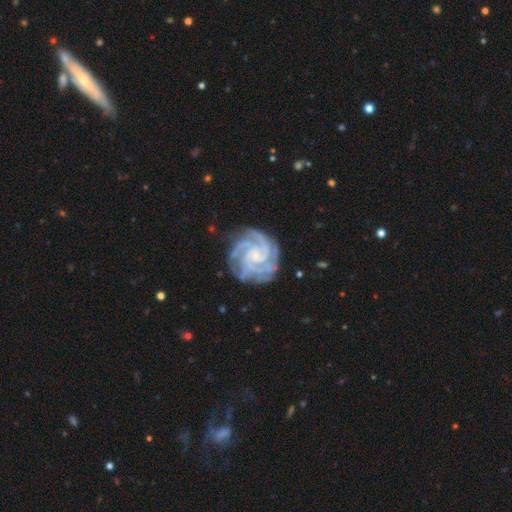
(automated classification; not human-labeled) featured or disk 92%, star or artifact 4%, smooth 4%. Down the decision tree: edge-on disk — no (98%); bar — no (59%); spiral arms — yes (99%); spiral arm count — 4 (34%); spiral winding — tight (74%); bulge size — small (58%); merging — none (77%).